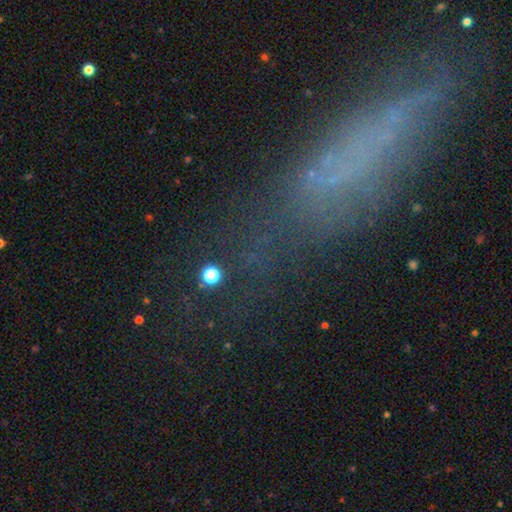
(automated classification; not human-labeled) smooth_or_featured: smooth (p=0.37) [alt: featured or disk p=0.35]
merging: none (p=0.54) [alt: minor disturbance p=0.20]